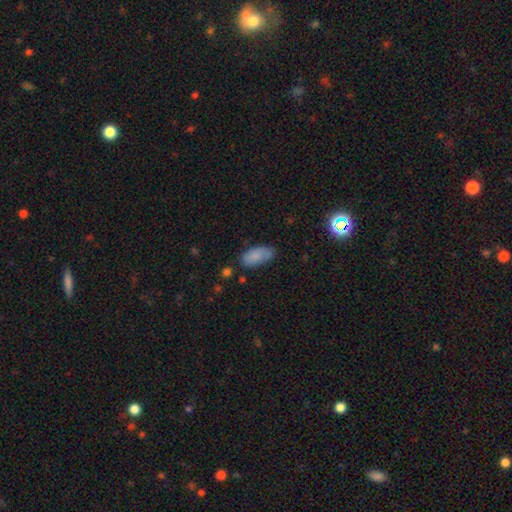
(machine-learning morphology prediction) Smooth or featured? Predicted: smooth (p=0.84). How rounded? Predicted: in between (p=0.90). Merging? Predicted: none (p=0.72).